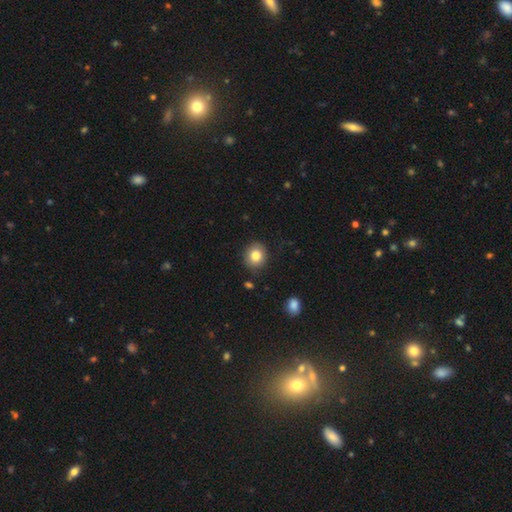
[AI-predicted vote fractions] Morphology: type=smooth (82%); roundness=round (74%); merging=none (86%).